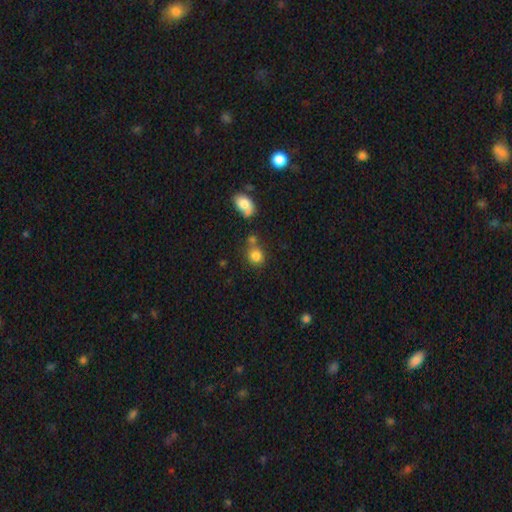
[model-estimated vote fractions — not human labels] This is clearly a smooth galaxy (82%). How rounded: likely round (71%). Merging: possibly none (60%).